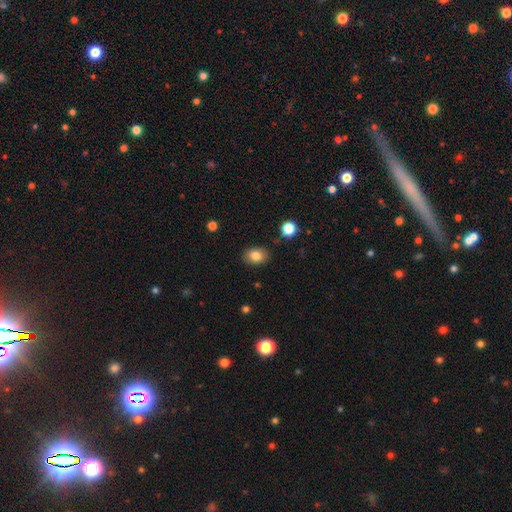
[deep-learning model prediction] smooth_or_featured: smooth (p=0.84) [alt: star or artifact p=0.09]
how_rounded: in between (p=0.70) [alt: round p=0.29]
merging: none (p=0.85) [alt: minor disturbance p=0.11]